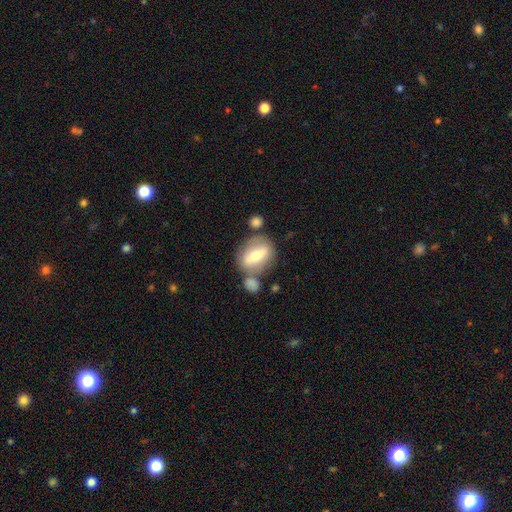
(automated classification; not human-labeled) This is possibly a featured or disk galaxy (49%). Merging: possibly none (60%).